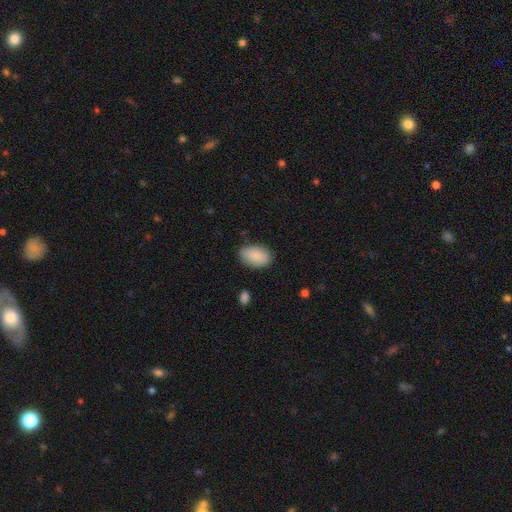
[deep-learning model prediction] Q: Smooth or featured?
A: smooth (88%); runner-up: star or artifact (6%)
Q: How rounded?
A: in between (90%); runner-up: round (9%)
Q: Merging?
A: none (79%); runner-up: minor disturbance (16%)